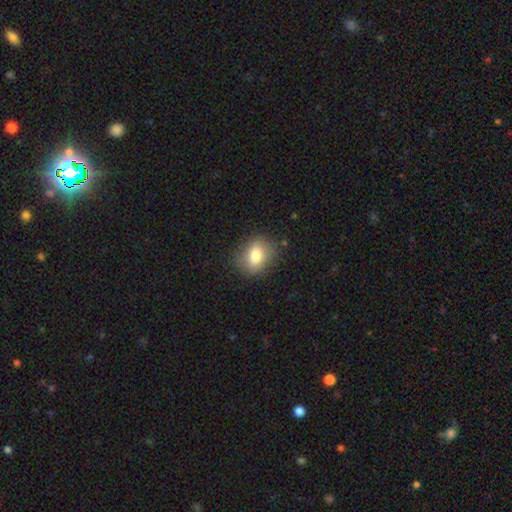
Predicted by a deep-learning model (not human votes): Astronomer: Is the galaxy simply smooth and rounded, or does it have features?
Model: smooth — 78%.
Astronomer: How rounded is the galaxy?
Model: in between — 58% (runner-up: round, 41%).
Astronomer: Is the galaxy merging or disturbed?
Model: none — 82%.